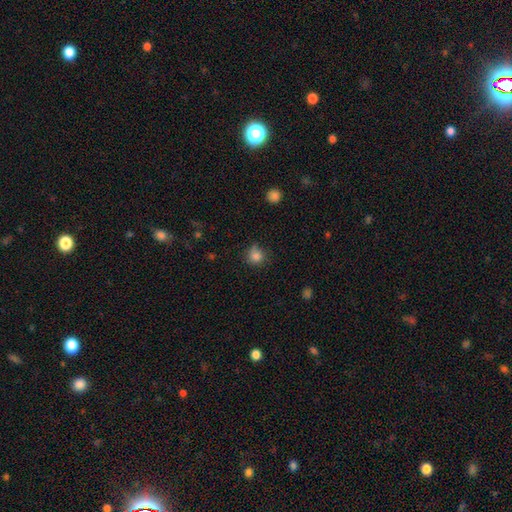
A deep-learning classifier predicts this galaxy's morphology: This appears to be a smooth galaxy with no disk features (83%) that is round (87%). Merging: none (67%).